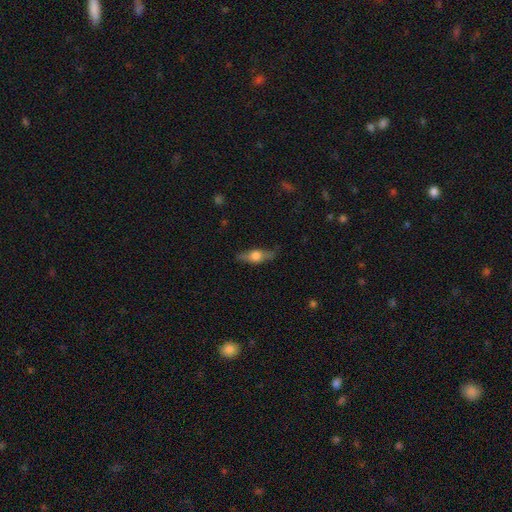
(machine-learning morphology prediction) The model was most divided on "smooth or featured": featured or disk: 54%, smooth: 39%, star or artifact: 7%. More confident: edge-on disk — yes (91%); merging — none (81%).